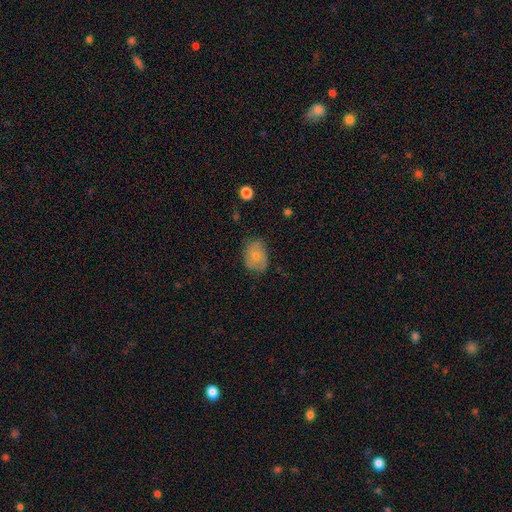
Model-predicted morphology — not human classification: Smooth or featured: smooth — 62% (featured or disk — 30%)
How rounded: in between — 66% (round — 33%)
Merging: none — 63% (minor disturbance — 28%)